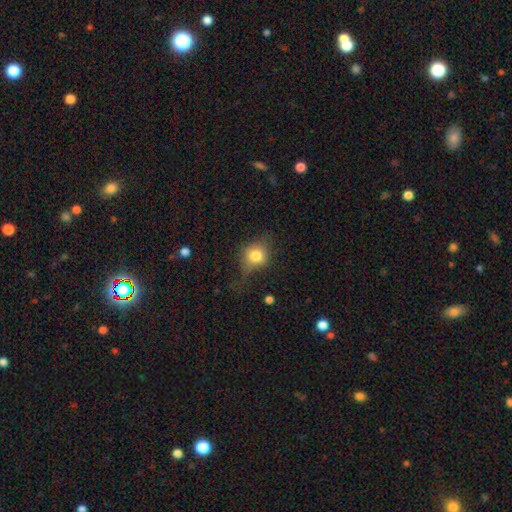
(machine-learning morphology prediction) smooth 75%, featured or disk 14%, star or artifact 11%. Down the decision tree: how rounded — round (71%); merging — none (53%).